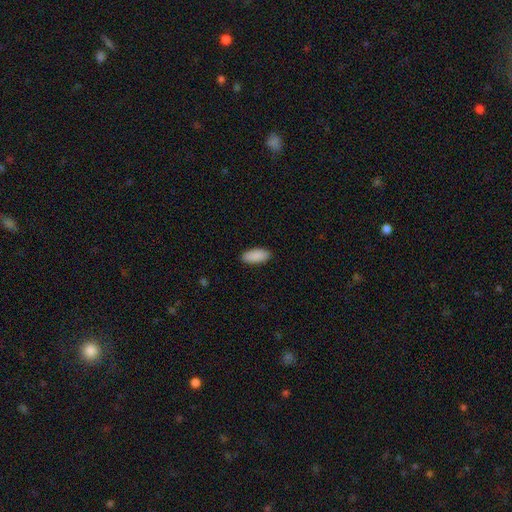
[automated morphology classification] type=smooth (91%); roundness=in between (88%); merging=none (90%).